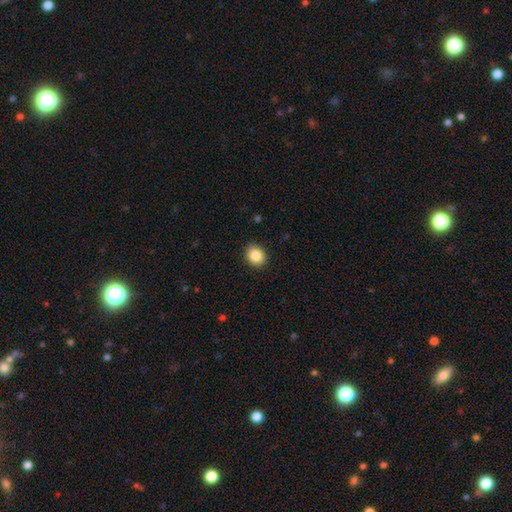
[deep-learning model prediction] Overall: smooth (86%). How rounded: round (59%; in between 40%). Merging: none (88%).